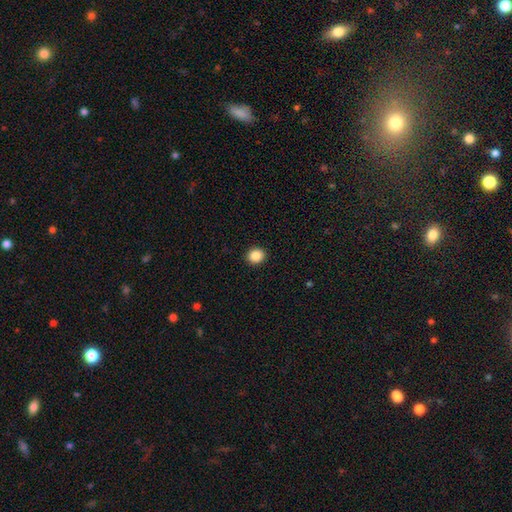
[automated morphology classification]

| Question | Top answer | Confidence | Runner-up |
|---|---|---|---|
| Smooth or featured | smooth | 87% | star or artifact (10%) |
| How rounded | round | 83% | in between (16%) |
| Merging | none | 93% | minor disturbance (5%) |